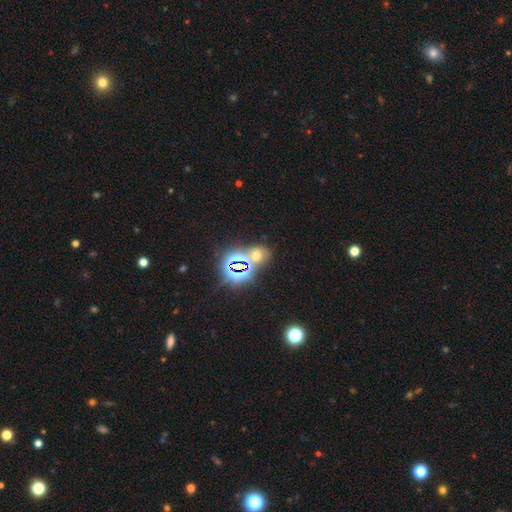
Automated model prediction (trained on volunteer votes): star or artifact 53%, smooth 38%, featured or disk 10%.